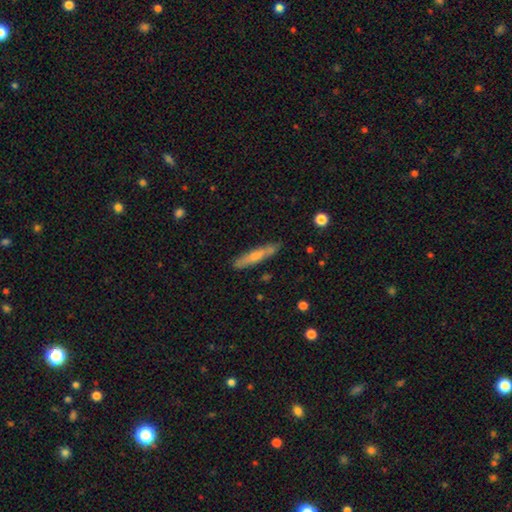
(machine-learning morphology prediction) smooth-or-featured: smooth: 52% | featured or disk: 42% | star or artifact: 6%
  how-rounded: cigar-shaped: 91% | in between: 7% | round: 2%
  merging: none: 84% | minor disturbance: 12% | major disturbance: 2% | merger: 2%